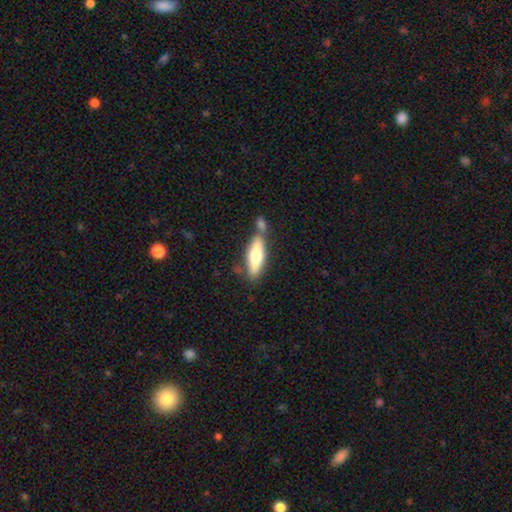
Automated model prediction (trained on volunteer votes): A smooth galaxy with no disk features (60%) that is cigar-shaped (51%). Merging: none (58%).